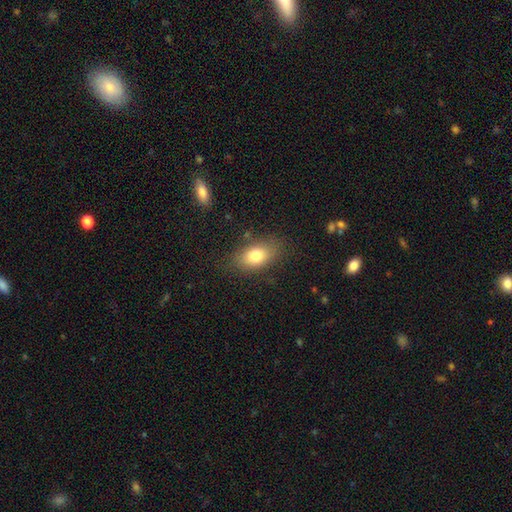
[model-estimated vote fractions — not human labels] smooth_or_featured: smooth (p=0.79) [alt: featured or disk p=0.12]
how_rounded: in between (p=0.85) [alt: round p=0.11]
merging: none (p=0.79) [alt: minor disturbance p=0.14]